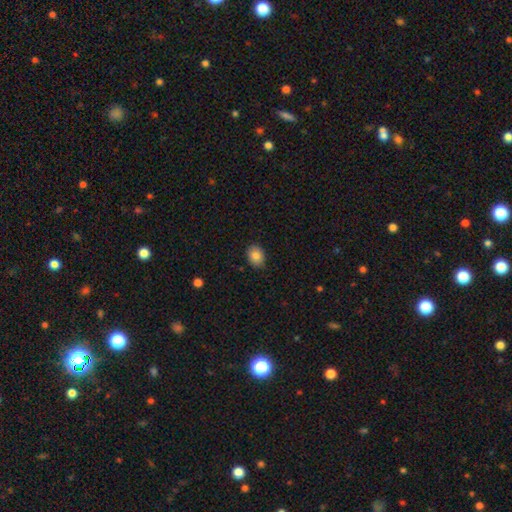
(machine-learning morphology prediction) Smooth or featured?
  - smooth: 84% *
  - star or artifact: 9%
  - featured or disk: 7%
How rounded?
  - in between: 60% *
  - round: 39%
  - cigar-shaped: 1%
Merging?
  - none: 87% *
  - minor disturbance: 10%
  - major disturbance: 2%
  - merger: 1%